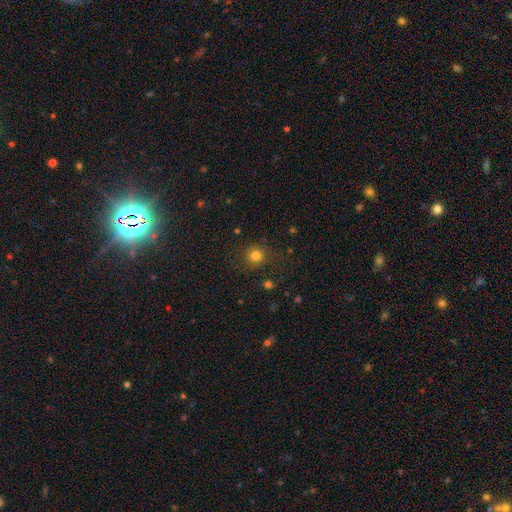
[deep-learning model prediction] Q: Smooth or featured?
A: smooth (80%); runner-up: star or artifact (15%)
Q: How rounded?
A: round (92%); runner-up: in between (7%)
Q: Merging?
A: none (86%); runner-up: minor disturbance (8%)